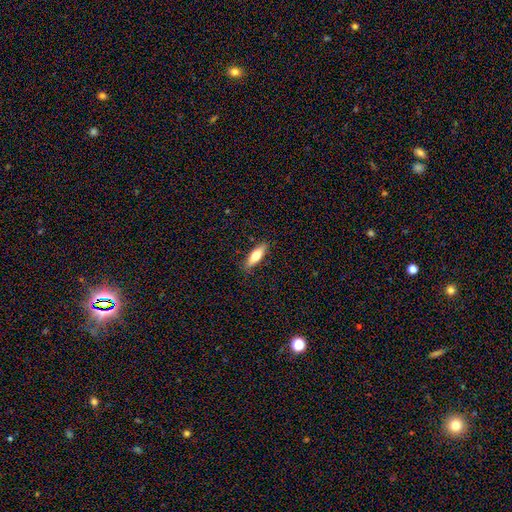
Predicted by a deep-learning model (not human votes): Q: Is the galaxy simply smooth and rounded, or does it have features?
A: smooth — 65%.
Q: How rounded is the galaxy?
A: cigar-shaped — 51%.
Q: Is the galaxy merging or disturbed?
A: none — 87%.